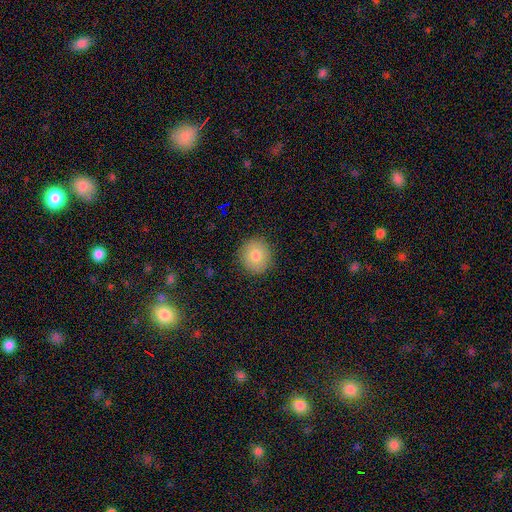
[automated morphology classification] Smooth or featured? Predicted: smooth (p=0.79). How rounded? Predicted: round (p=0.91). Merging? Predicted: none (p=0.90).